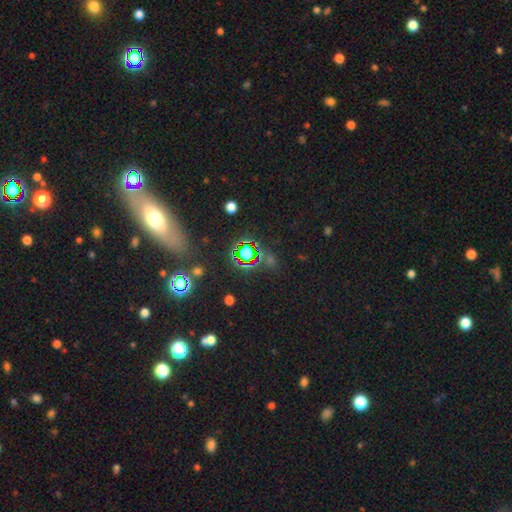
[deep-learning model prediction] A smooth galaxy with no disk features (39%). Merging: none (77%).